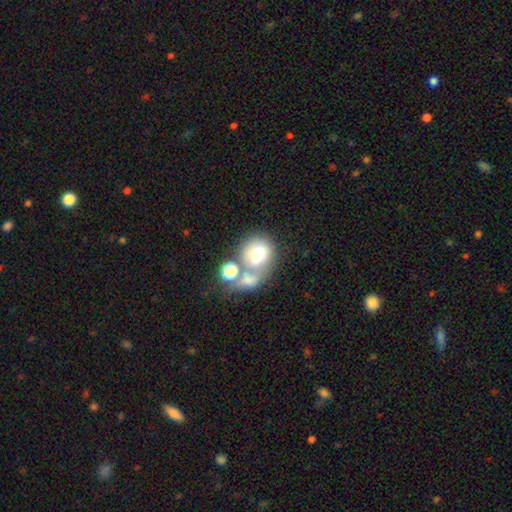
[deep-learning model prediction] smooth-or-featured: smooth: 68% | featured or disk: 21% | star or artifact: 11%
  how-rounded: round: 55% | in between: 43% | cigar-shaped: 1%
  merging: merger: 49% | none: 26% | major disturbance: 12% | minor disturbance: 12%